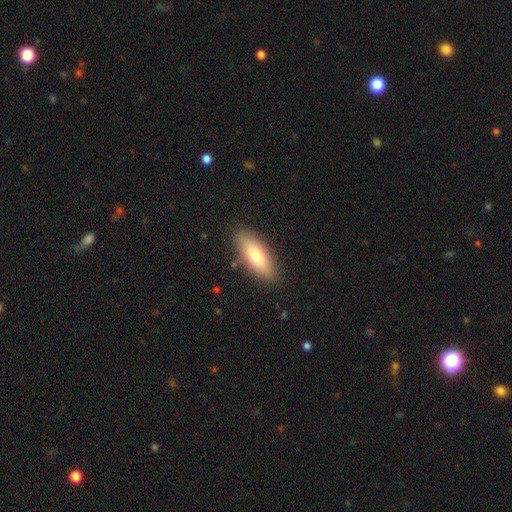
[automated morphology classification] Smooth or featured?
  - smooth: 70% *
  - featured or disk: 23%
  - star or artifact: 7%
How rounded?
  - in between: 74% *
  - cigar-shaped: 23%
  - round: 3%
Merging?
  - none: 86% *
  - minor disturbance: 10%
  - major disturbance: 2%
  - merger: 2%